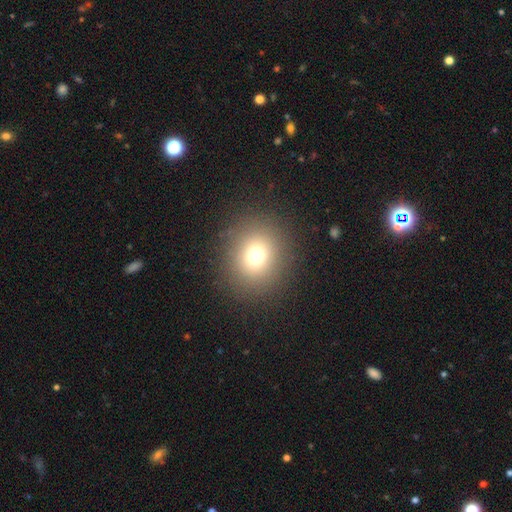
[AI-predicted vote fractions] smooth_or_featured: smooth (p=0.71) [alt: star or artifact p=0.19]
how_rounded: round (p=0.82) [alt: in between p=0.17]
merging: none (p=0.88) [alt: minor disturbance p=0.07]